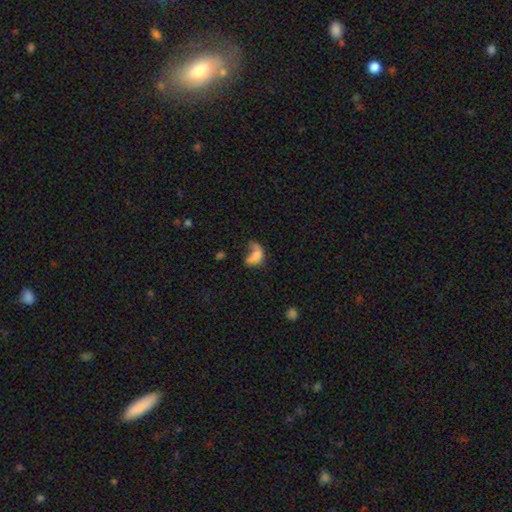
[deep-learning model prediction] Morphology: type=smooth (65%); roundness=in between (85%); merging=major disturbance (48%).